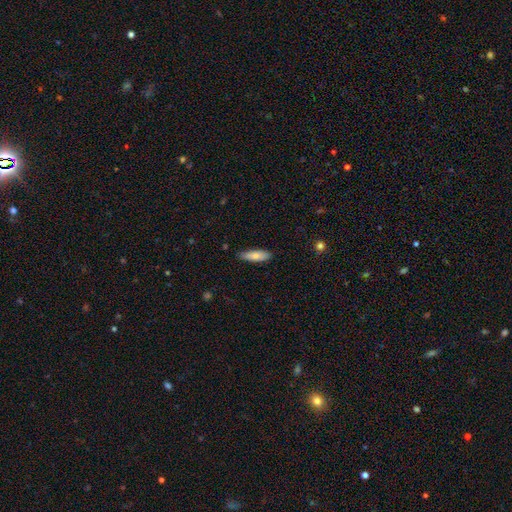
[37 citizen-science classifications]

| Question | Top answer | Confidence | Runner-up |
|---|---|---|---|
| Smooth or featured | smooth | 70% | featured or disk (27%) |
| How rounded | in between | 69% | cigar-shaped (31%) |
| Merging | none | 83% | minor disturbance (11%) |